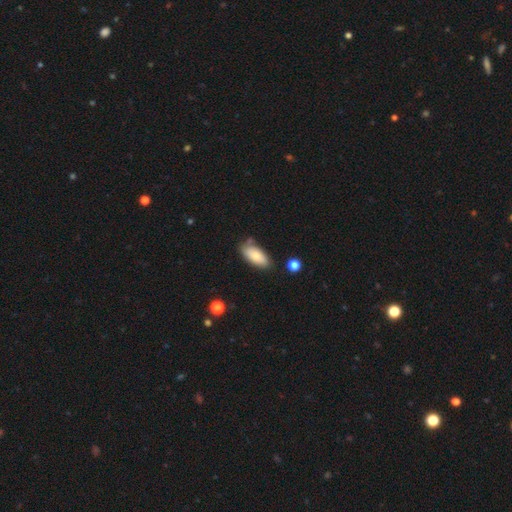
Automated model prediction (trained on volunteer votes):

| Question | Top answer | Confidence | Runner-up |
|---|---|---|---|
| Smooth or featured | smooth | 78% | featured or disk (16%) |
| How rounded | in between | 88% | cigar-shaped (10%) |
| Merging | none | 73% | minor disturbance (18%) |